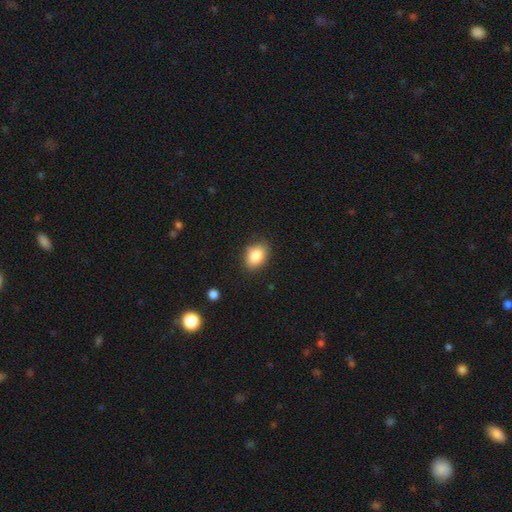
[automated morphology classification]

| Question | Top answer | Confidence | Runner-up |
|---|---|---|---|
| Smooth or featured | smooth | 85% | star or artifact (8%) |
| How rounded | in between | 76% | round (23%) |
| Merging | none | 84% | minor disturbance (12%) |